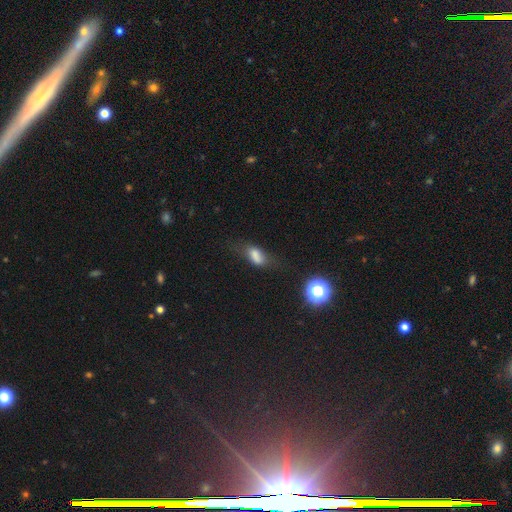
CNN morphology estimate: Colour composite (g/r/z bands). It shows a smooth galaxy with no disk features (71%) that is in between round and cigar-shaped (79%). Merging: none (44%).